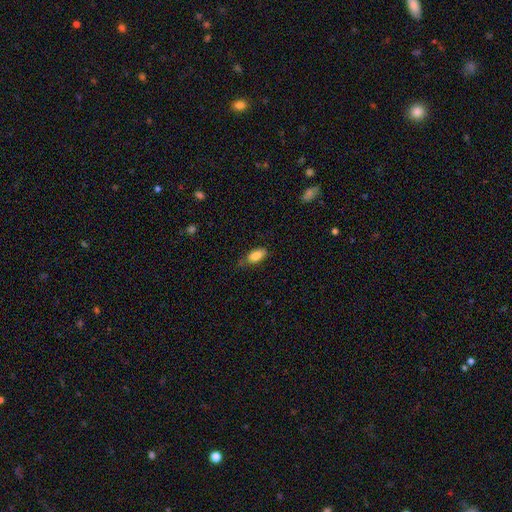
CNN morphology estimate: Smooth or featured?
  - smooth: 86% *
  - star or artifact: 7%
  - featured or disk: 7%
How rounded?
  - in between: 89% *
  - cigar-shaped: 8%
  - round: 3%
Merging?
  - none: 66% *
  - minor disturbance: 26%
  - major disturbance: 6%
  - merger: 2%